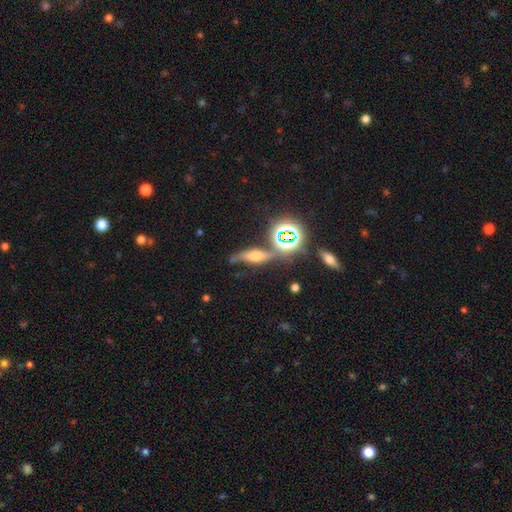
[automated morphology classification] This appears to be a featured or disk galaxy (49%). Merging: none (65%).